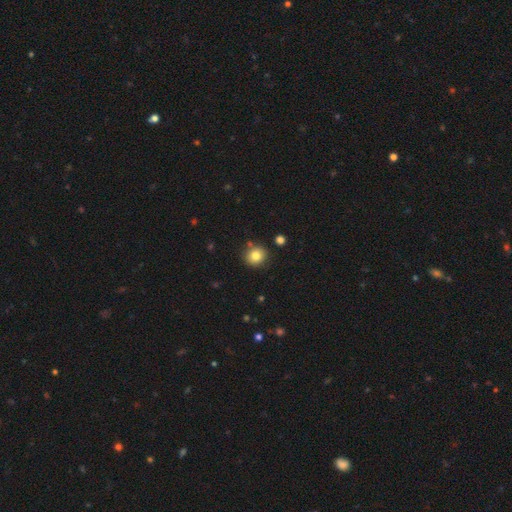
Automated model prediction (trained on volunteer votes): smooth-or-featured: smooth: 82% | star or artifact: 11% | featured or disk: 7%
  how-rounded: round: 87% | in between: 13% | cigar-shaped: 1%
  merging: none: 83% | minor disturbance: 9% | merger: 5% | major disturbance: 2%